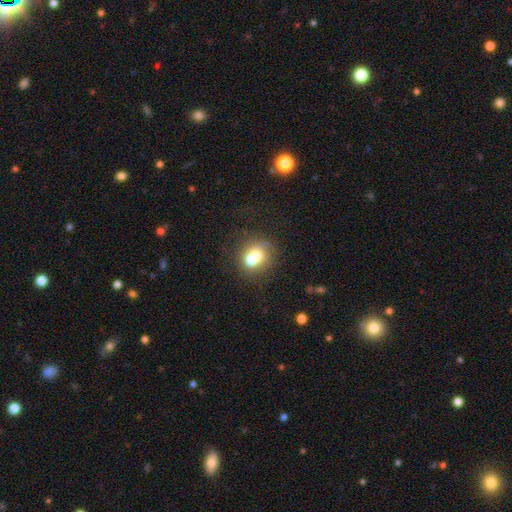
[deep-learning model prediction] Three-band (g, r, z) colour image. It shows a smooth galaxy with no disk features (65%) that is round (72%). Merging: merger (47%).